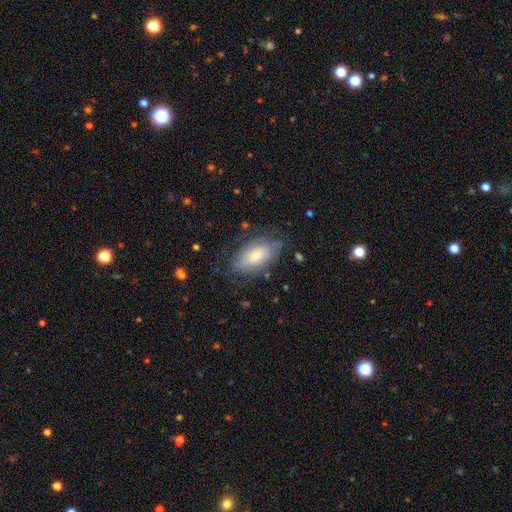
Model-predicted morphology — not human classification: Smooth or featured?
  - smooth: 51% *
  - featured or disk: 41%
  - star or artifact: 7%
How rounded?
  - in between: 92% *
  - round: 5%
  - cigar-shaped: 4%
Merging?
  - none: 65% *
  - minor disturbance: 23%
  - major disturbance: 10%
  - merger: 2%